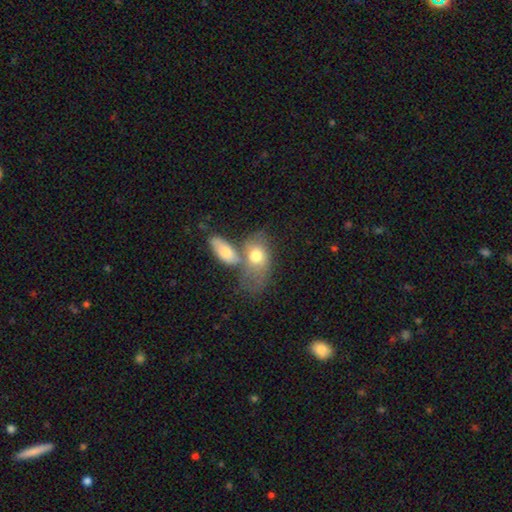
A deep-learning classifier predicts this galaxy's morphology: smooth 70%, featured or disk 23%, star or artifact 7%. Down the decision tree: how rounded — in between (81%); merging — merger (56%).